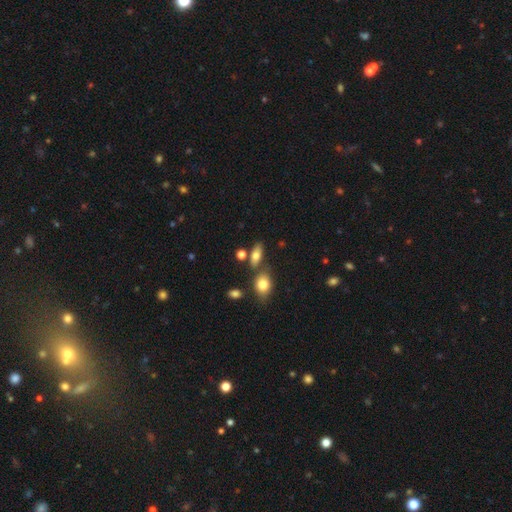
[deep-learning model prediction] Q: Smooth or featured?
A: smooth (74%); runner-up: featured or disk (16%)
Q: How rounded?
A: in between (78%); runner-up: cigar-shaped (14%)
Q: Merging?
A: none (65%); runner-up: merger (17%)